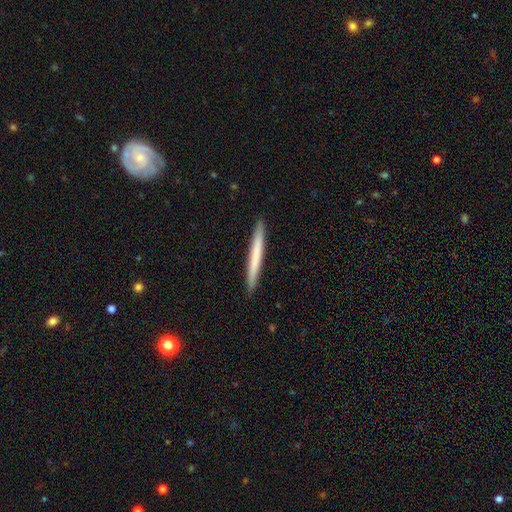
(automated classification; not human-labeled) Smooth or featured? Predicted: smooth (p=0.66). How rounded? Predicted: cigar-shaped (p=0.97). Merging? Predicted: none (p=0.92).